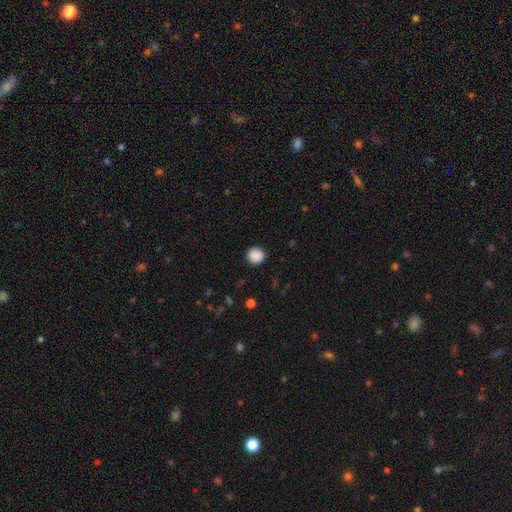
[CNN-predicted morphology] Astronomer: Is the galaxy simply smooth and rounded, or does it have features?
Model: smooth — 89%.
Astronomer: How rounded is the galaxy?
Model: round — 91%.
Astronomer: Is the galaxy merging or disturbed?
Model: none — 89%.